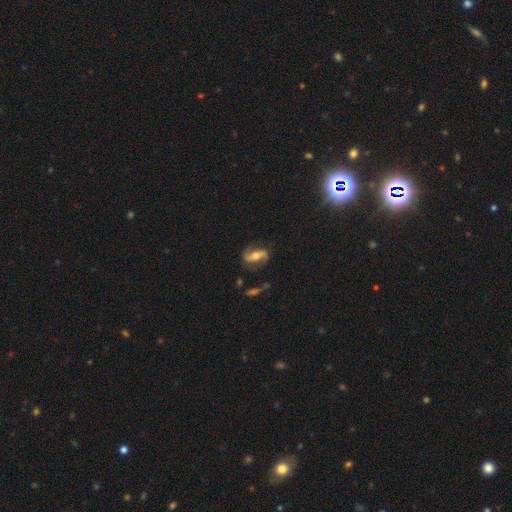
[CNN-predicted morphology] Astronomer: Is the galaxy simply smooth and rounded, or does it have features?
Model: featured or disk — 80%.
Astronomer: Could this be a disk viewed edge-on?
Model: no — 94%.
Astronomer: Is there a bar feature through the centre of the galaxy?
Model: strong — 34%, tied with no at 34%.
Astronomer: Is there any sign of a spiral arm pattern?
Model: yes — 95%.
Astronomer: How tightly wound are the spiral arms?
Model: loose — 57% (runner-up: medium, 32%).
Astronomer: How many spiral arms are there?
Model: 2 — 92%.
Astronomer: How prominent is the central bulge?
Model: moderate — 62%.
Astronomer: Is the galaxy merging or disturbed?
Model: none — 77%.